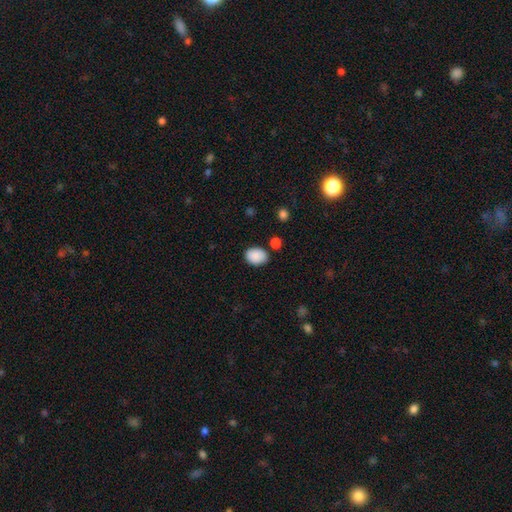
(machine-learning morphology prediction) Q: Smooth or featured?
A: smooth (89%); runner-up: star or artifact (7%)
Q: How rounded?
A: in between (69%); runner-up: round (30%)
Q: Merging?
A: none (78%); runner-up: minor disturbance (14%)